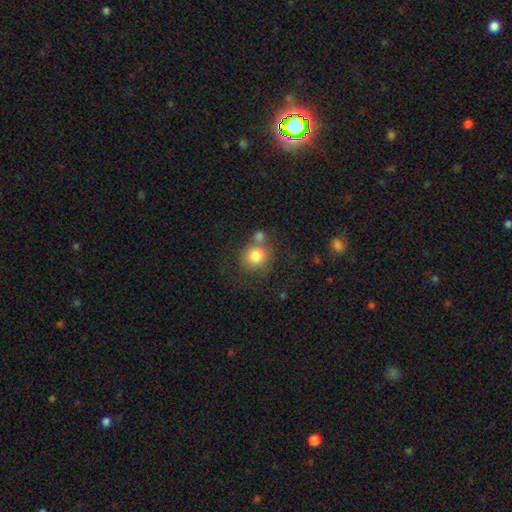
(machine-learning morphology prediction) smooth_or_featured: smooth (p=0.80) [alt: featured or disk p=0.10]
how_rounded: round (p=0.87) [alt: in between p=0.13]
merging: none (p=0.53) [alt: merger p=0.29]